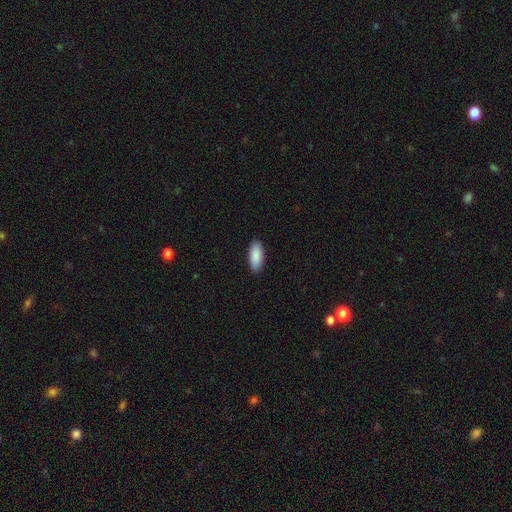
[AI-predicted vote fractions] The model was most divided on "how rounded": in between: 86%, cigar-shaped: 12%, round: 2%. More confident: smooth or featured — smooth (90%); merging — none (90%).